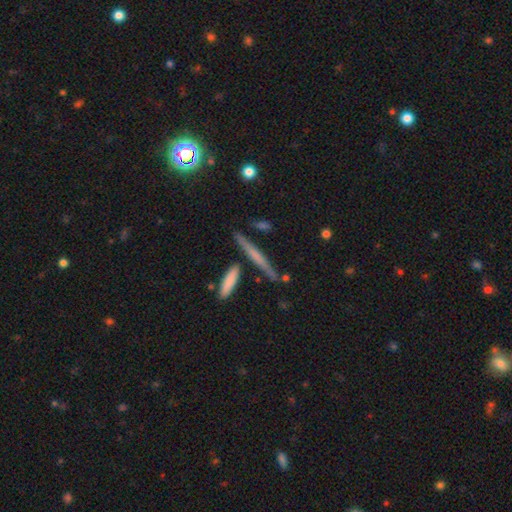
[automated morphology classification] The model was most divided on "smooth or featured": featured or disk: 52%, smooth: 39%, star or artifact: 10%. More confident: edge-on disk — yes (94%); merging — none (80%).